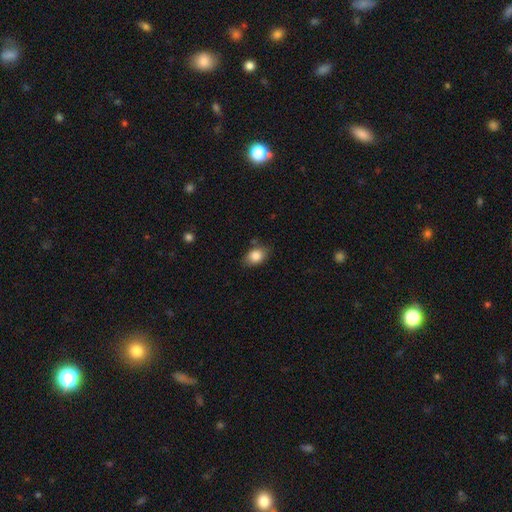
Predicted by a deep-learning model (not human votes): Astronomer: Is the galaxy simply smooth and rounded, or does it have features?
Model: smooth — 85%.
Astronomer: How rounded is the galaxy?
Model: in between — 79%.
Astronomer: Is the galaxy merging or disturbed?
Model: none — 77%.